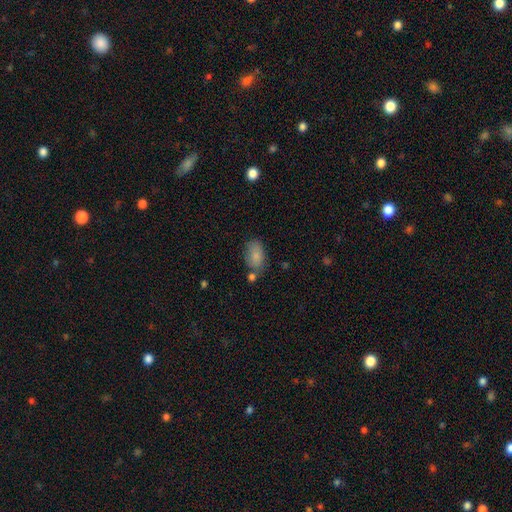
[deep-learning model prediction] A smooth galaxy with no disk features (84%) that is in between round and cigar-shaped (91%). Merging: none (62%).